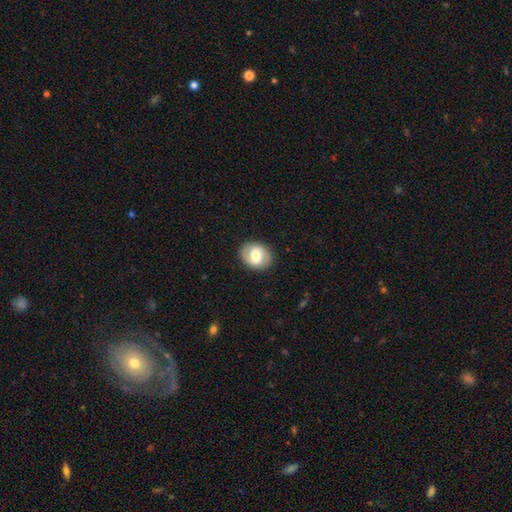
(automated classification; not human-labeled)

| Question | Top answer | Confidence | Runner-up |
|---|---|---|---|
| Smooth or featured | featured or disk | 48% | smooth (45%) |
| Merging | none | 86% | minor disturbance (10%) |